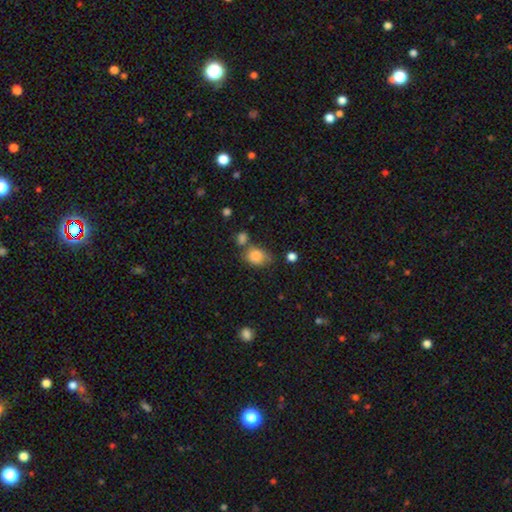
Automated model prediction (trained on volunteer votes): Smooth or featured? smooth (84%)
How rounded? in between (69%)
Merging? none (50%)